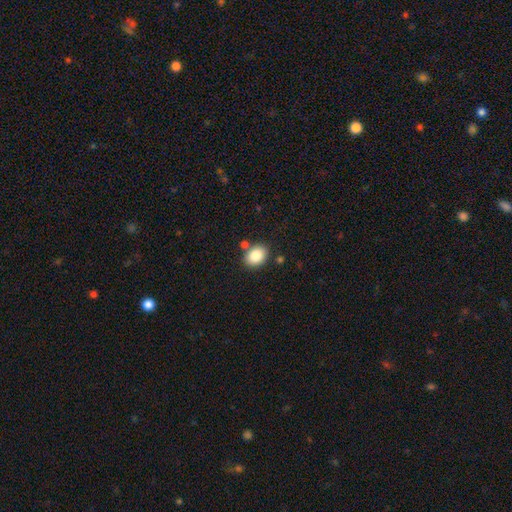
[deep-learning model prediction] Overall: smooth (85%). How rounded: in between (69%; round 30%). Merging: none (80%).